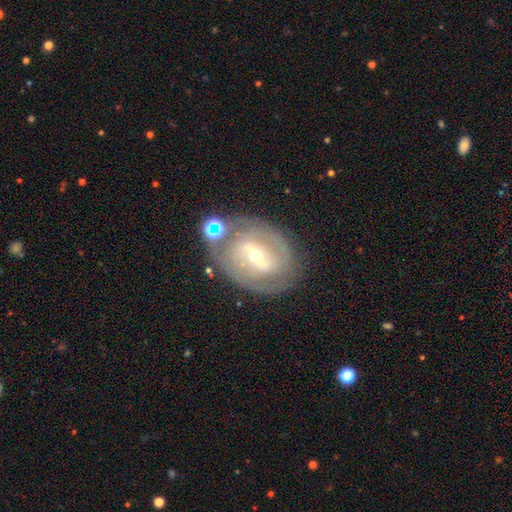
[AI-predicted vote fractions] Q: Smooth or featured?
A: featured or disk (80%); runner-up: smooth (13%)
Q: Edge-on disk?
A: no (95%); runner-up: yes (5%)
Q: Bar?
A: strong (45%); runner-up: weak (41%)
Q: Spiral arms?
A: yes (79%); runner-up: no (21%)
Q: Spiral winding?
A: tight (56%); runner-up: medium (33%)
Q: Spiral arm count?
A: 2 (59%); runner-up: can't tell (24%)
Q: Bulge size?
A: moderate (59%); runner-up: small (37%)
Q: Merging?
A: none (71%); runner-up: minor disturbance (15%)